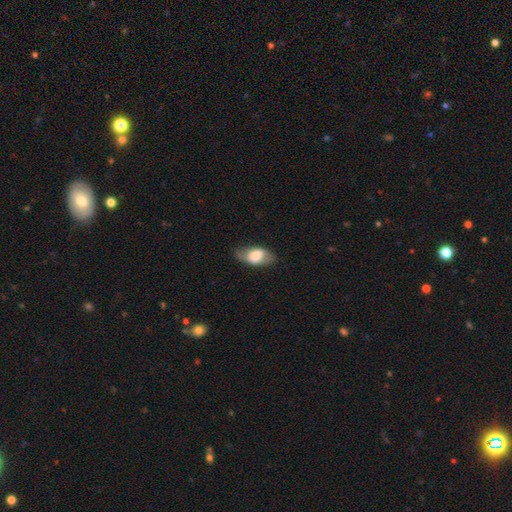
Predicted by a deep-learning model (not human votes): Smooth or featured?
  - smooth: 64% *
  - featured or disk: 29%
  - star or artifact: 7%
How rounded?
  - in between: 89% *
  - round: 6%
  - cigar-shaped: 5%
Merging?
  - none: 74% *
  - minor disturbance: 19%
  - major disturbance: 6%
  - merger: 1%